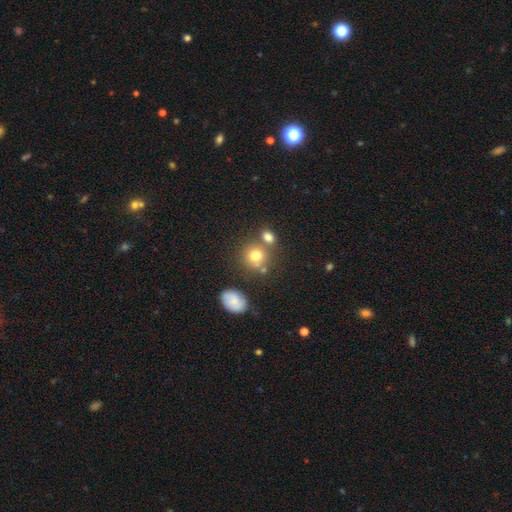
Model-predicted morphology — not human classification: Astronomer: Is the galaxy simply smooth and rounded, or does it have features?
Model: smooth — 73%.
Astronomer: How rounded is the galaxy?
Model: round — 81%.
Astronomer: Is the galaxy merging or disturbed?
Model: none — 60%.